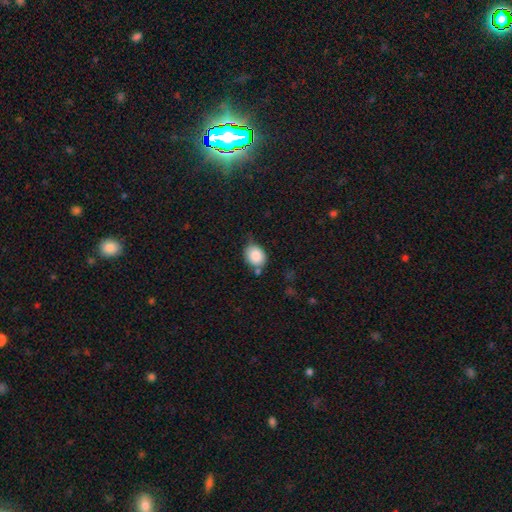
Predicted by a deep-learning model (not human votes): A smooth galaxy with no disk features (87%) that is round (55%).

Vote fractions:
- Smooth or featured? smooth: 87% / star or artifact: 8% / featured or disk: 5%
- How rounded? round: 55% / in between: 44% / cigar-shaped: 1%
- Merging? none: 58% / minor disturbance: 28% / merger: 8% / major disturbance: 6%